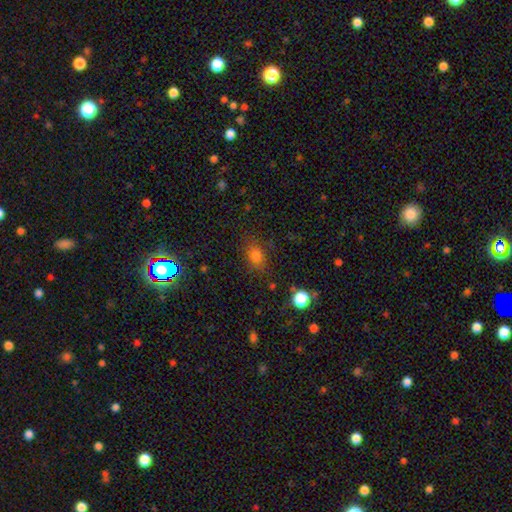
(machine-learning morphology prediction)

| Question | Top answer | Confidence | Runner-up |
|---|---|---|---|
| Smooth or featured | smooth | 74% | star or artifact (18%) |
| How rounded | round | 50% | in between (49%) |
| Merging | none | 80% | minor disturbance (13%) |